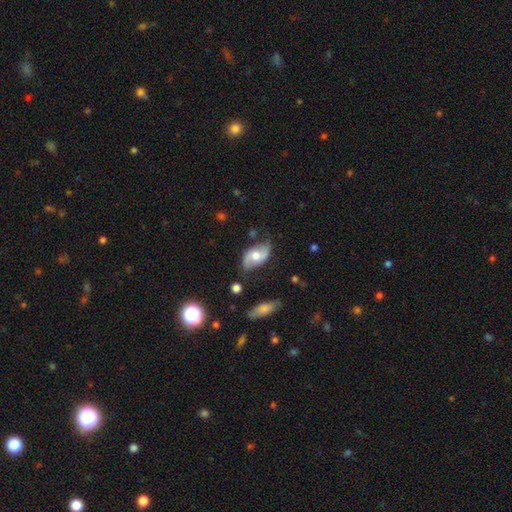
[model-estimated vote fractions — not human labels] The model was most divided on "smooth or featured": featured or disk: 60%, smooth: 34%, star or artifact: 6%. More confident: edge-on disk — no (93%); spiral arms — yes (81%); bulge size — moderate (73%); merging — none (66%); bar — no (64%).